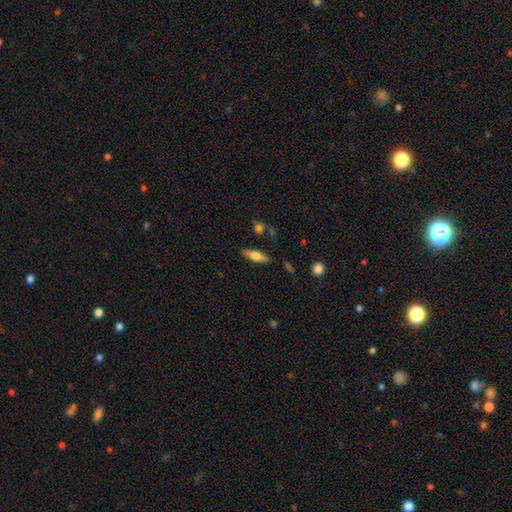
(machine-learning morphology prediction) smooth-or-featured: smooth: 64% | featured or disk: 29% | star or artifact: 7%
  how-rounded: in between: 58% | cigar-shaped: 39% | round: 2%
  merging: none: 82% | minor disturbance: 12% | merger: 3% | major disturbance: 3%